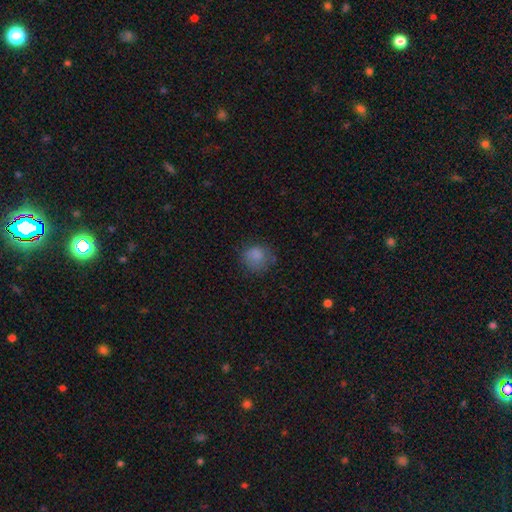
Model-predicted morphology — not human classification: A smooth galaxy with no disk features (81%) that is round (81%).

Vote fractions:
- Smooth or featured? smooth: 81% / star or artifact: 11% / featured or disk: 7%
- How rounded? round: 81% / in between: 18% / cigar-shaped: 1%
- Merging? none: 68% / minor disturbance: 22% / major disturbance: 9% / merger: 2%